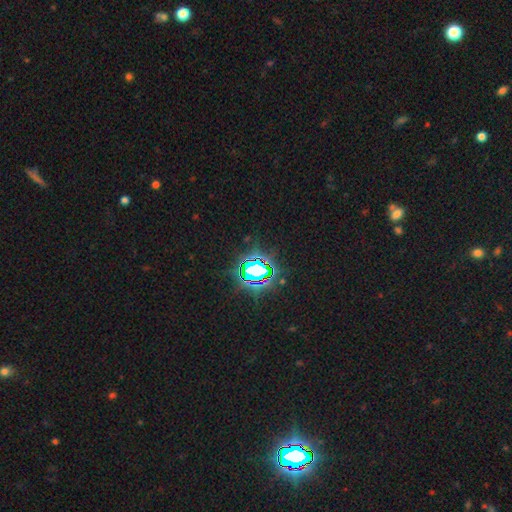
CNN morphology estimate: type=star or artifact (83%).